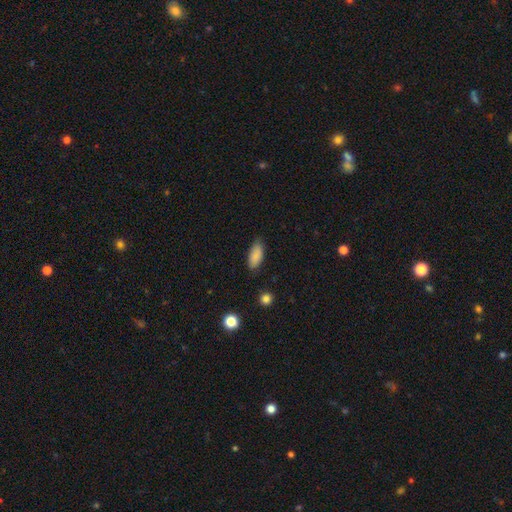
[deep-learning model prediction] Morphology: type=smooth (87%); roundness=in between (87%); merging=none (78%).